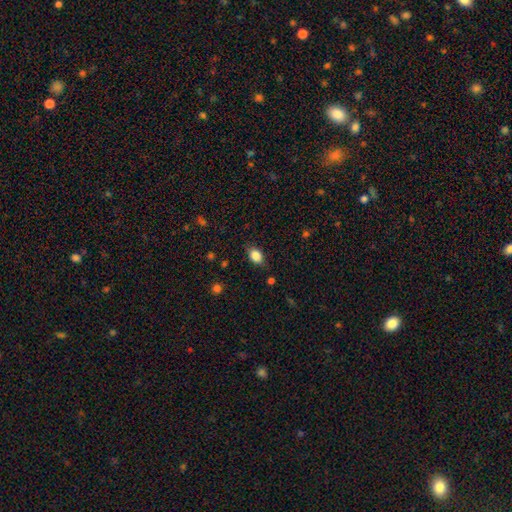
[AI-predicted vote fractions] Overall: smooth (86%). How rounded: in between (81%). Merging: none (81%).